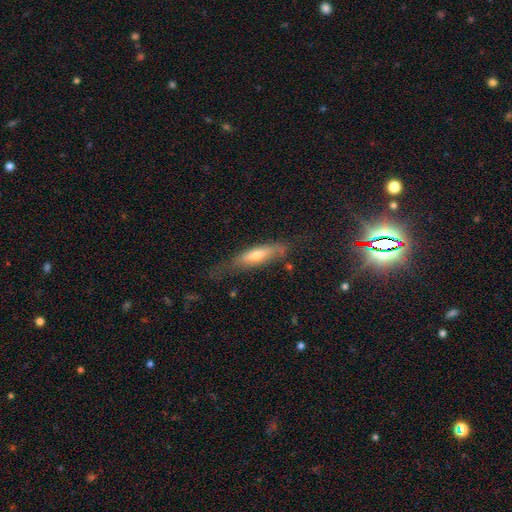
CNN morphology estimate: A smooth galaxy with no disk features (54%) that is cigar-shaped (70%). Merging: none (56%).